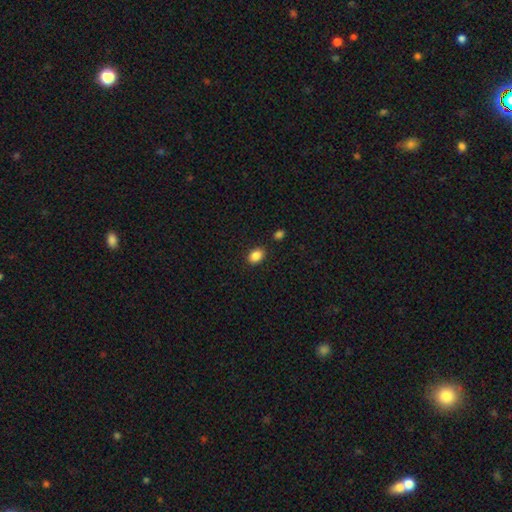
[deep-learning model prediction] A smooth galaxy with no disk features (87%) that is in between round and cigar-shaped (76%).

Vote fractions:
- Smooth or featured? smooth: 87% / star or artifact: 9% / featured or disk: 4%
- How rounded? in between: 76% / round: 23% / cigar-shaped: 1%
- Merging? none: 85% / minor disturbance: 10% / merger: 3% / major disturbance: 2%